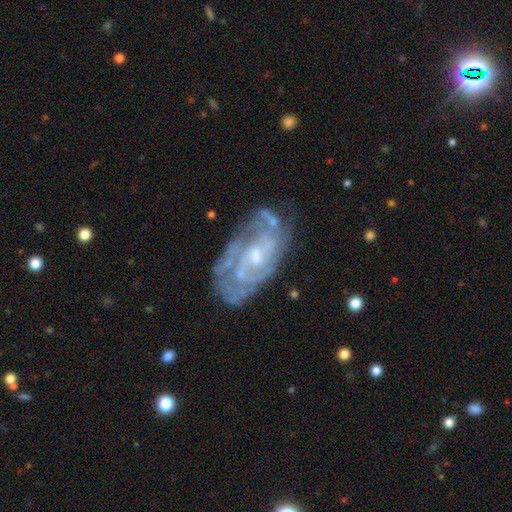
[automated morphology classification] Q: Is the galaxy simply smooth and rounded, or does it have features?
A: featured or disk — 82%.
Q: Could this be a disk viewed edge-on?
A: no — 95%.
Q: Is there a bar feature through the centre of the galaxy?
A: no — 54%.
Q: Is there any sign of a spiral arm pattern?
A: yes — 83%.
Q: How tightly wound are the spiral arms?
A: tight — 58%.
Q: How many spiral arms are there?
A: can't tell — 47%.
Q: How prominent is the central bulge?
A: small — 49%.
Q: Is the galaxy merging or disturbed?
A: none — 63%.